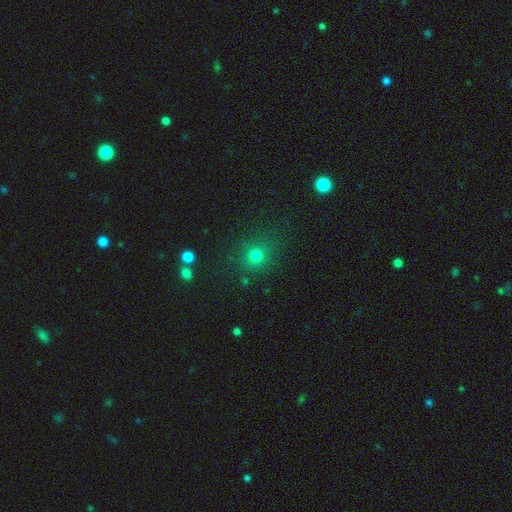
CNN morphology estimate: smooth_or_featured: smooth (p=0.77) [alt: star or artifact p=0.16]
how_rounded: round (p=0.90) [alt: in between p=0.09]
merging: none (p=0.83) [alt: minor disturbance p=0.09]